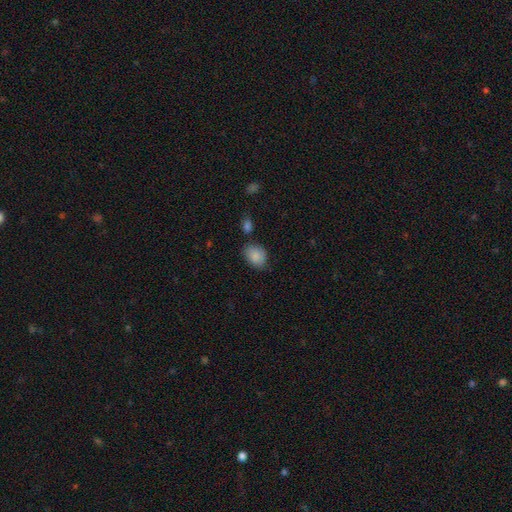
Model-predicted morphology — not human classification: Smooth or featured: smooth — 87% (star or artifact — 7%)
How rounded: in between — 68% (round — 31%)
Merging: none — 70% (minor disturbance — 20%)